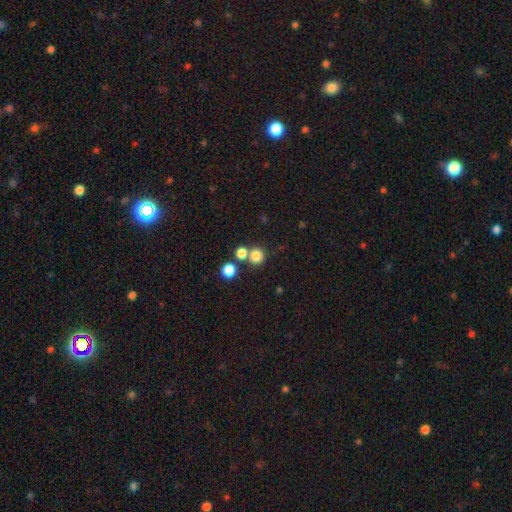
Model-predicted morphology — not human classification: A smooth galaxy with no disk features (80%) that is round (90%). Merging: none (64%).